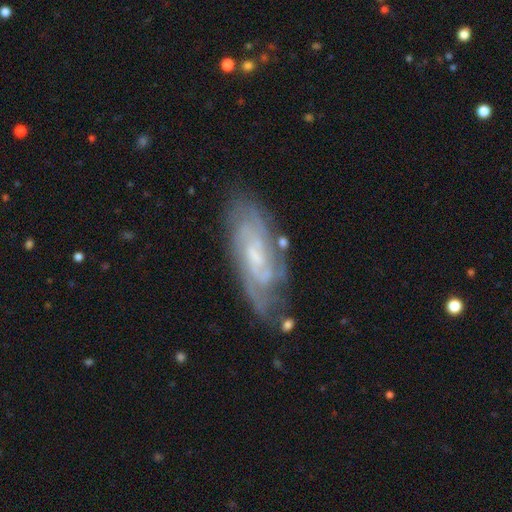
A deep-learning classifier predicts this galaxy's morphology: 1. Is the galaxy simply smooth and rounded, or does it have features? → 83% featured or disk, 11% smooth, 6% star or artifact.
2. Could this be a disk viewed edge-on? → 90% no, 10% yes.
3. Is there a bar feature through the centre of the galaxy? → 51% no, 40% weak, 9% strong.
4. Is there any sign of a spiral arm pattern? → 95% yes, 5% no.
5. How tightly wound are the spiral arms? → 62% tight, 32% medium, 6% loose.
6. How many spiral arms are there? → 37% can't tell, 24% 2, 19% 3, 11% 4, 5% more than 4, 4% 1.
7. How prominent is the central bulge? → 58% small, 27% moderate, 12% none, 2% large, 1% dominant.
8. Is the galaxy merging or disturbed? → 73% none, 18% minor disturbance, 6% major disturbance, 3% merger.